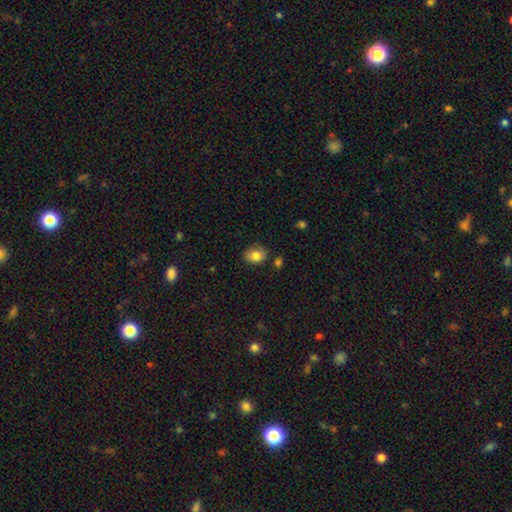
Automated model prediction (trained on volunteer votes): Smooth or featured? Predicted: smooth (p=0.82). How rounded? Predicted: in between (p=0.57). Merging? Predicted: none (p=0.72).